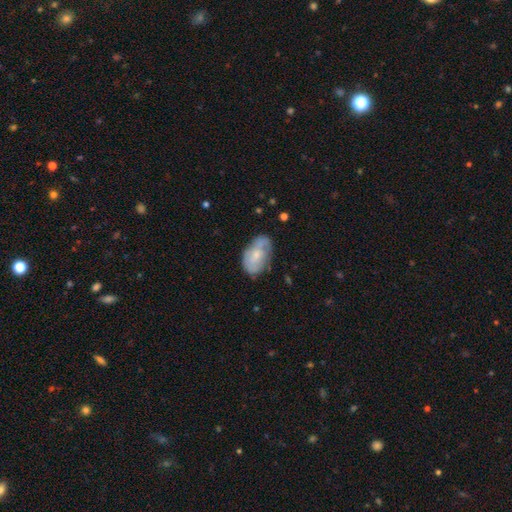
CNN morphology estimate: Q: Smooth or featured?
A: smooth (51%); runner-up: featured or disk (42%)
Q: How rounded?
A: in between (91%); runner-up: round (7%)
Q: Merging?
A: none (62%); runner-up: minor disturbance (27%)